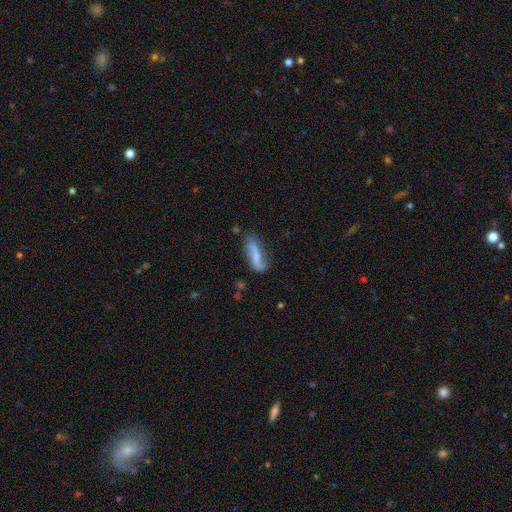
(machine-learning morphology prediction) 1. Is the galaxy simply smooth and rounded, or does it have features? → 55% featured or disk, 37% smooth, 8% star or artifact.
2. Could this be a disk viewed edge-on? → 85% no, 15% yes.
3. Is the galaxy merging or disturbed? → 57% none, 26% minor disturbance, 12% major disturbance, 5% merger.